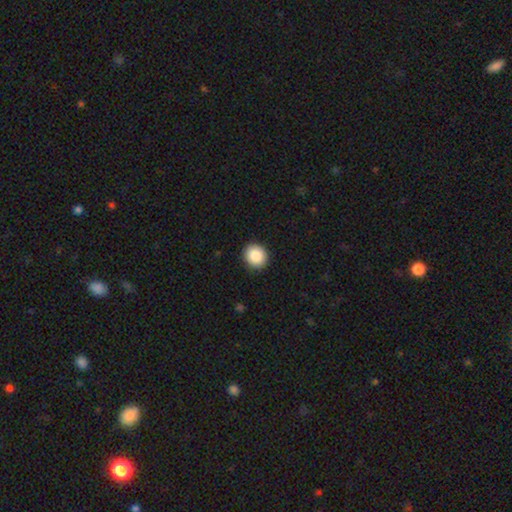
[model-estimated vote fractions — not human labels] A smooth galaxy with no disk features (88%) that is round (83%). Merging: none (91%).